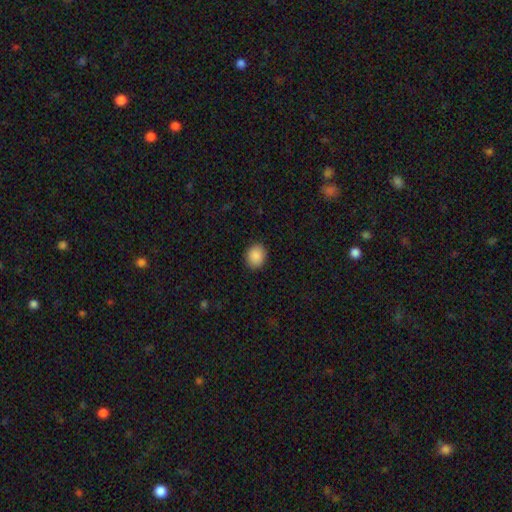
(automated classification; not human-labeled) Smooth or featured: smooth — 89% (star or artifact — 8%)
How rounded: round — 64% (in between — 36%)
Merging: none — 90% (minor disturbance — 7%)